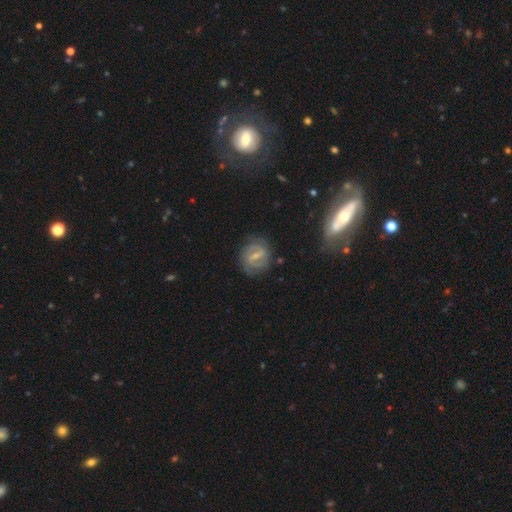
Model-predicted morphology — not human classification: Overall: featured or disk (74%). Edge-on disk: no (95%). Bar: strong (45%; weak 44%). Spiral arms: yes (84%). Spiral arm count: 2 (65%). Spiral winding: tight (46%; medium 38%). Bulge size: small (57%; moderate 27%). Merging: none (75%).